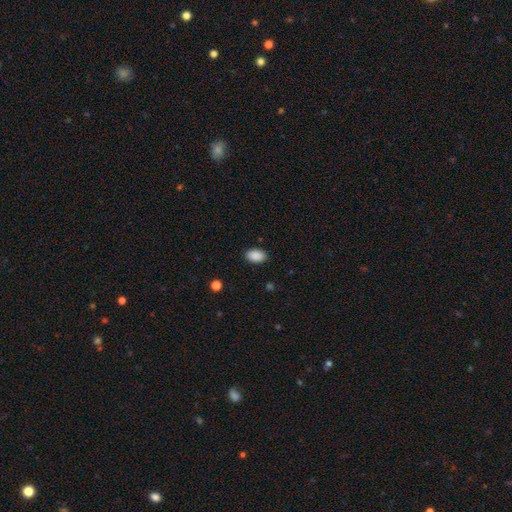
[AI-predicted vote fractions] The model was most divided on "merging": none: 88%, minor disturbance: 9%, major disturbance: 2%, merger: 1%. More confident: how rounded — in between (91%); smooth or featured — smooth (90%).